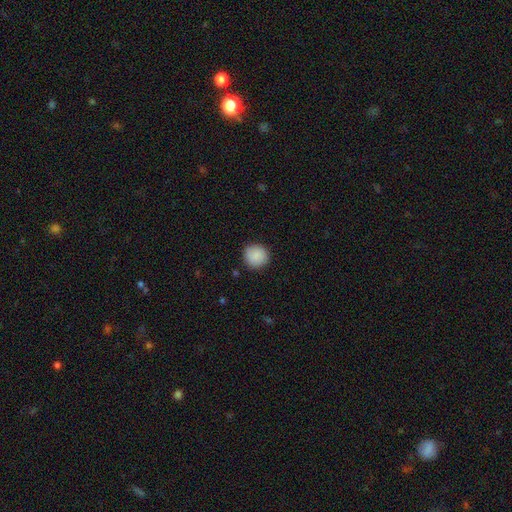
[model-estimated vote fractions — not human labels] The model was most divided on "merging": none: 89%, minor disturbance: 8%, major disturbance: 2%, merger: 1%. More confident: how rounded — round (91%); smooth or featured — smooth (89%).